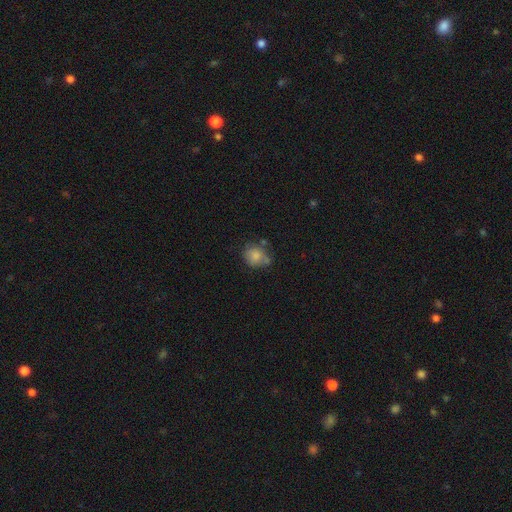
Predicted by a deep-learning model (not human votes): A smooth galaxy with no disk features (78%) that is round (74%). Merging: none (55%).